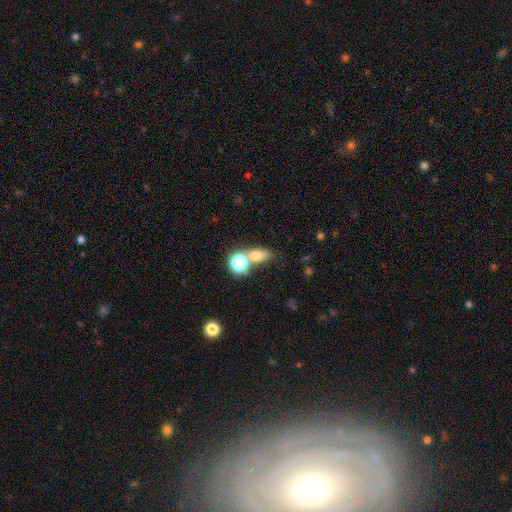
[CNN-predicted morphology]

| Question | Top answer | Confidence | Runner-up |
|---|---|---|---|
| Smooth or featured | smooth | 68% | star or artifact (20%) |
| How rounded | in between | 60% | round (33%) |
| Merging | none | 54% | merger (30%) |